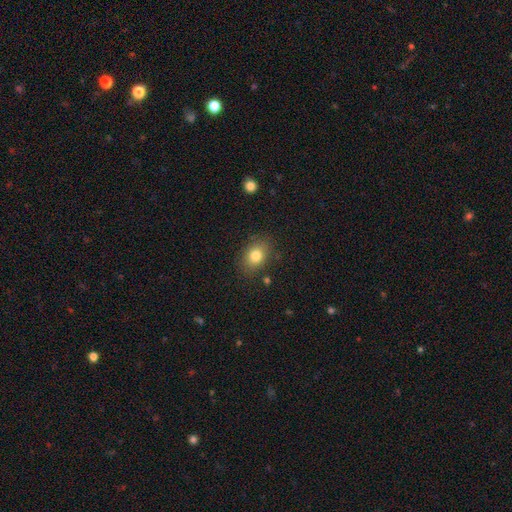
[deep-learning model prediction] Smooth or featured: smooth — 81% (star or artifact — 10%)
How rounded: in between — 63% (round — 35%)
Merging: none — 82% (minor disturbance — 13%)